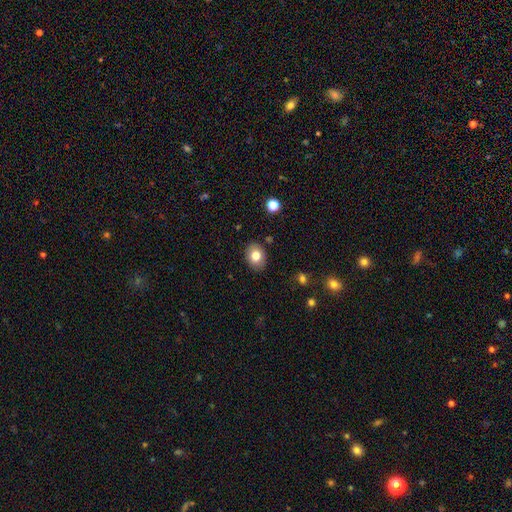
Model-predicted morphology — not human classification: A smooth galaxy with no disk features (79%) that is in between round and cigar-shaped (53%).

Vote fractions:
- Smooth or featured? smooth: 79% / featured or disk: 12% / star or artifact: 9%
- How rounded? in between: 53% / round: 46% / cigar-shaped: 1%
- Merging? none: 87% / minor disturbance: 10% / major disturbance: 2% / merger: 1%